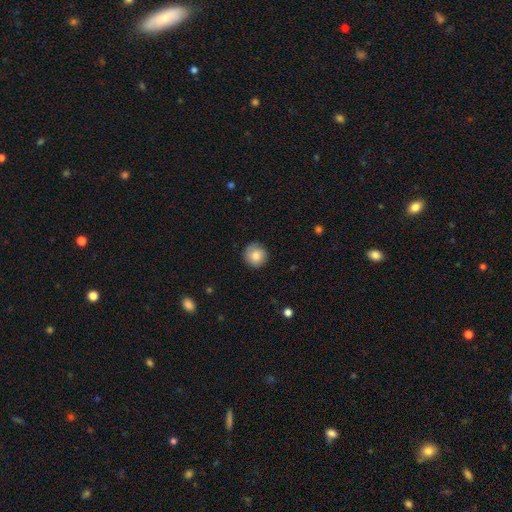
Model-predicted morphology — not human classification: type=smooth (80%); roundness=round (93%); merging=none (84%).